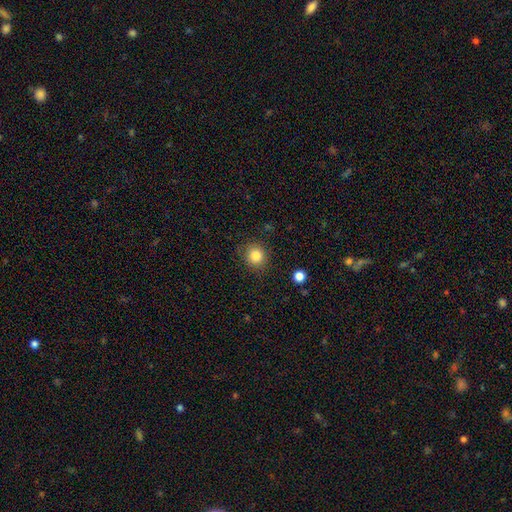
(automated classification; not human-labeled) A smooth galaxy with no disk features (83%) that is round (87%). Merging: none (87%).